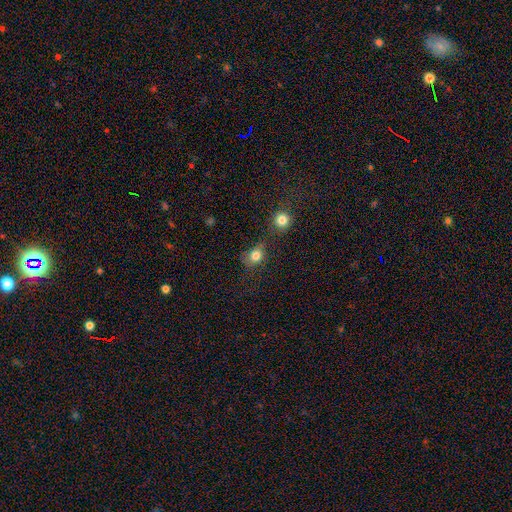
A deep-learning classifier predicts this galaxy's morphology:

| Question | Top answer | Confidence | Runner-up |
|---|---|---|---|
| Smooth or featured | smooth | 80% | star or artifact (12%) |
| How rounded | round | 60% | in between (38%) |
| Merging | none | 49% | minor disturbance (23%) |